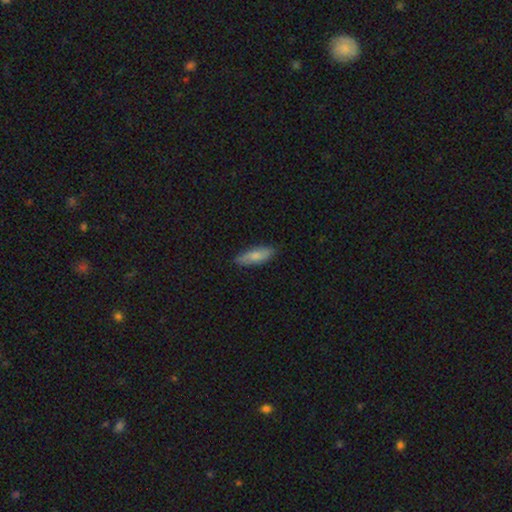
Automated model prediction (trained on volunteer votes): smooth-or-featured: smooth: 75% | featured or disk: 19% | star or artifact: 6%
  how-rounded: in between: 61% | cigar-shaped: 37% | round: 2%
  merging: none: 82% | minor disturbance: 15% | major disturbance: 2% | merger: 1%